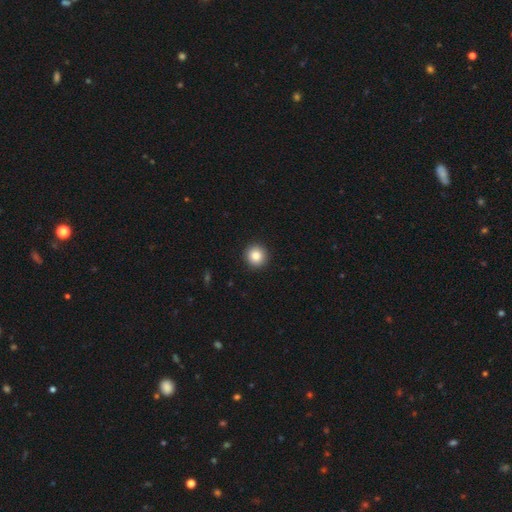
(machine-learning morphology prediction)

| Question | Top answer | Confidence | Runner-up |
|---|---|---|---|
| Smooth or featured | smooth | 85% | star or artifact (9%) |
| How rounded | round | 95% | in between (4%) |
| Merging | none | 93% | minor disturbance (4%) |